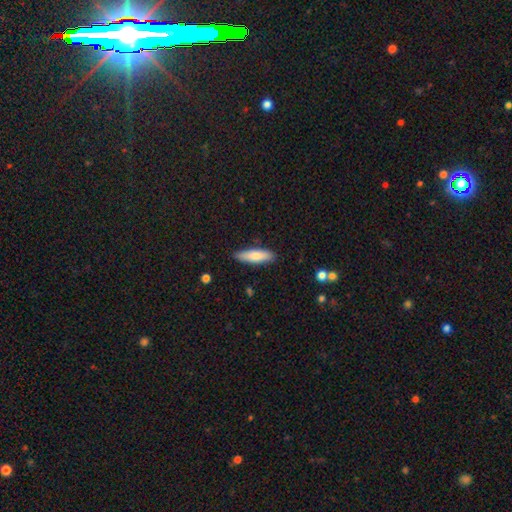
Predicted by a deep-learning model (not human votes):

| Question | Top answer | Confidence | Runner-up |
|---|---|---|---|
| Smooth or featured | smooth | 76% | featured or disk (18%) |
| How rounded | cigar-shaped | 59% | in between (39%) |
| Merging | none | 86% | minor disturbance (11%) |